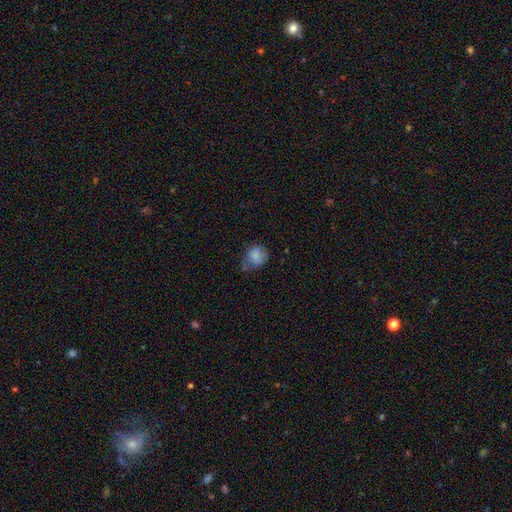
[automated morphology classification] smooth-or-featured: smooth: 79% | featured or disk: 12% | star or artifact: 10%
  how-rounded: round: 67% | in between: 32% | cigar-shaped: 1%
  merging: none: 44% | minor disturbance: 35% | major disturbance: 15% | merger: 6%